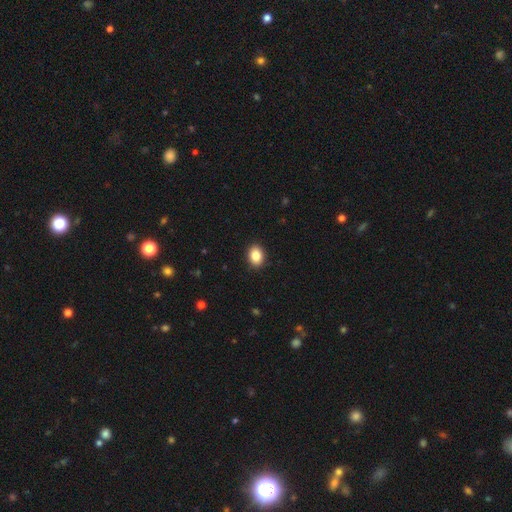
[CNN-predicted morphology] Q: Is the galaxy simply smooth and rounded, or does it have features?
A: smooth — 87%.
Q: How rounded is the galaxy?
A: in between — 67%.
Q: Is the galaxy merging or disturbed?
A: none — 90%.